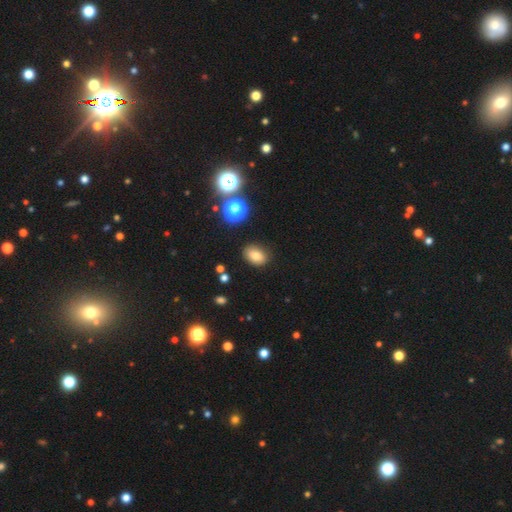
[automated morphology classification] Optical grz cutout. It shows a smooth galaxy with no disk features (78%) that is in between round and cigar-shaped (75%). Merging: none (85%).